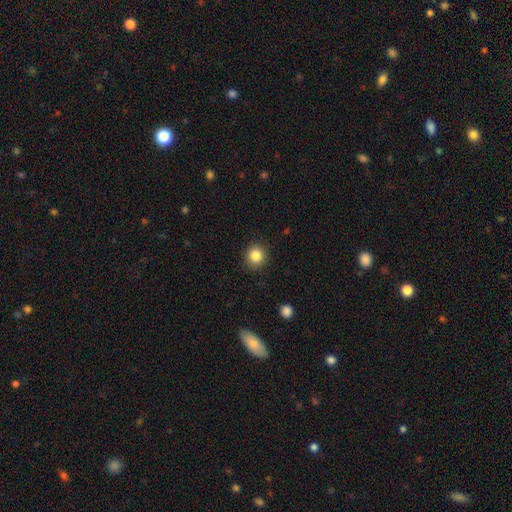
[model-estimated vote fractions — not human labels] This is clearly a smooth galaxy (84%). How rounded: clearly round (90%). Merging: clearly none (90%).